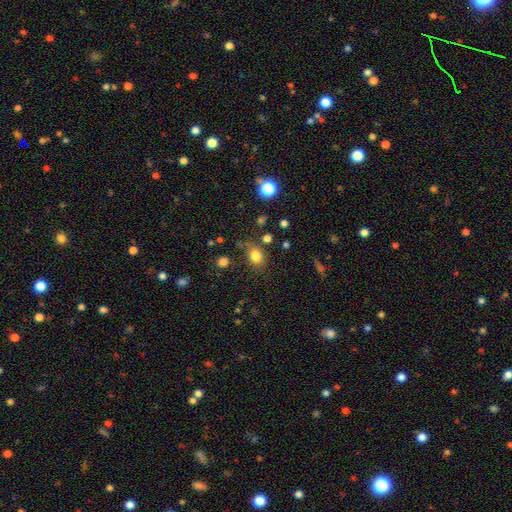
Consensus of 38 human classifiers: Smooth or featured: smooth — 84% (featured or disk — 8%)
How rounded: in between — 62% (round — 38%)
Merging: none — 66% (minor disturbance — 26%)